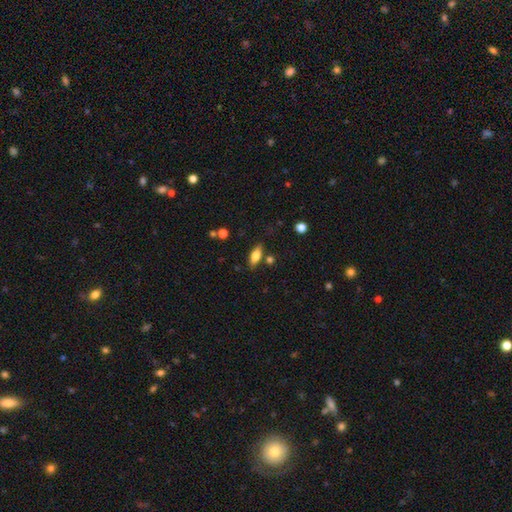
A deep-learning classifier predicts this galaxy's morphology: The model was most divided on "smooth or featured": smooth: 72%, featured or disk: 20%, star or artifact: 8%. More confident: merging — none (78%); how rounded — in between (78%).